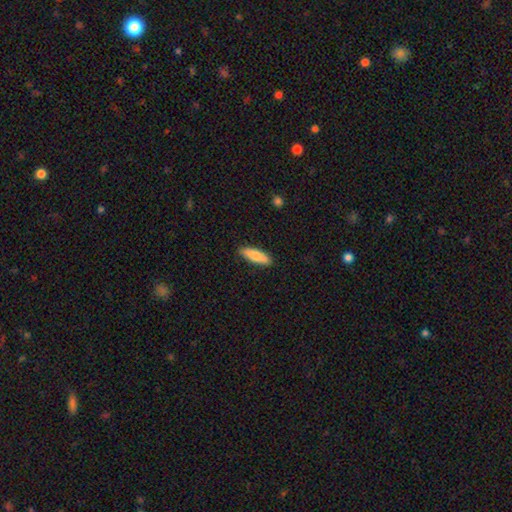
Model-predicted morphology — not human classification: smooth_or_featured: smooth (p=0.81) [alt: featured or disk p=0.13]
how_rounded: cigar-shaped (p=0.61) [alt: in between p=0.37]
merging: none (p=0.89) [alt: minor disturbance p=0.08]